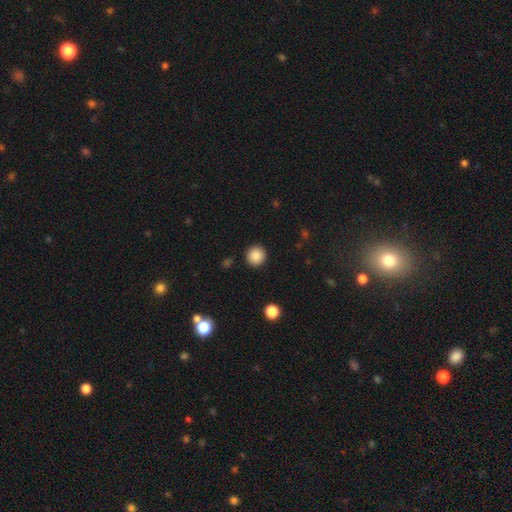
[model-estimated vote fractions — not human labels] smooth-or-featured: smooth: 87% | star or artifact: 9% | featured or disk: 4%
  how-rounded: round: 92% | in between: 7% | cigar-shaped: 1%
  merging: none: 91% | minor disturbance: 6% | major disturbance: 2% | merger: 1%